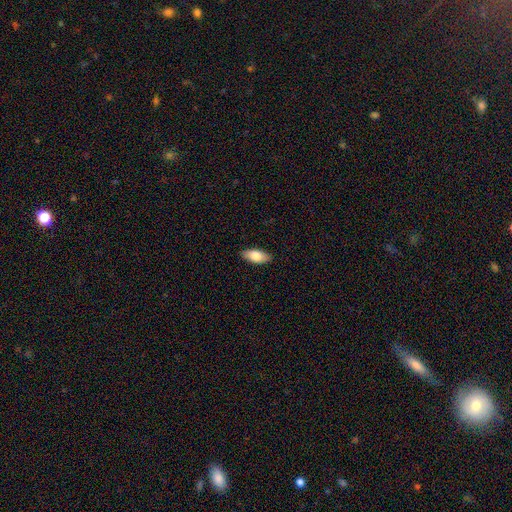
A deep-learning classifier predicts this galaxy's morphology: The model was most divided on "smooth or featured": smooth: 82%, featured or disk: 12%, star or artifact: 6%. More confident: merging — none (89%); how rounded — in between (89%).